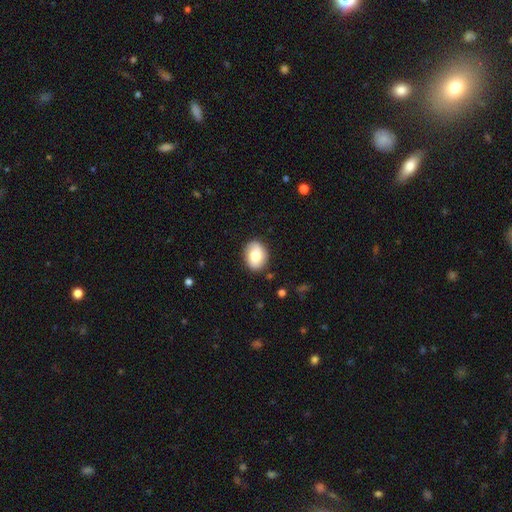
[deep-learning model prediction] Smooth or featured? smooth (70%)
How rounded? in between (63%)
Merging? none (83%)